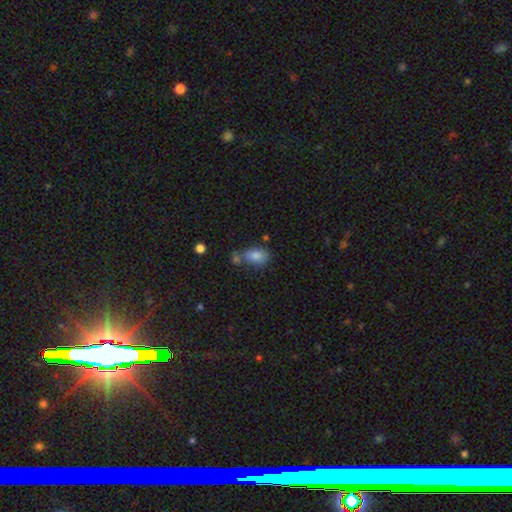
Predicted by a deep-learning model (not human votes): Smooth or featured? Predicted: smooth (p=0.82). How rounded? Predicted: in between (p=0.87). Merging? Predicted: none (p=0.51).